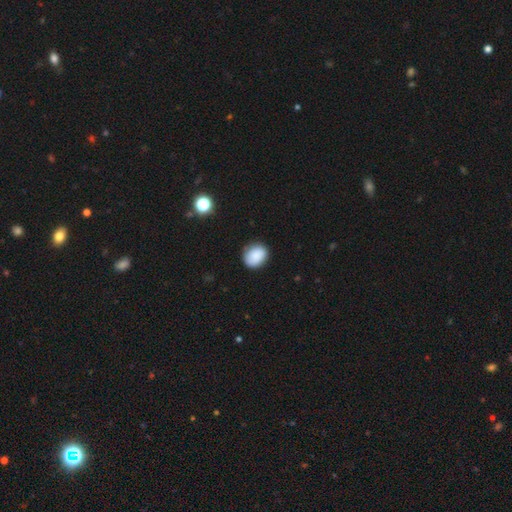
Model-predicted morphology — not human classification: Smooth or featured? Predicted: smooth (p=0.87). How rounded? Predicted: in between (p=0.53). Merging? Predicted: none (p=0.81).